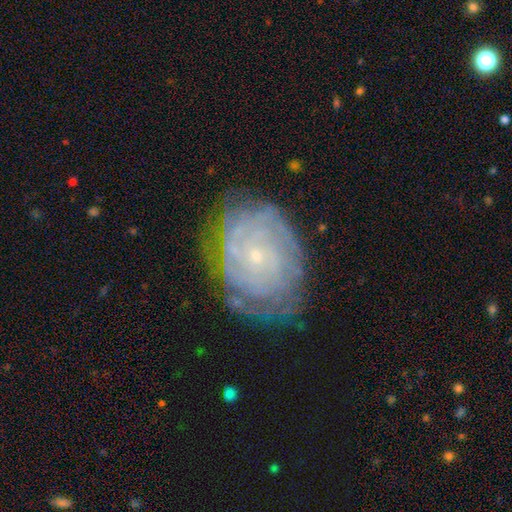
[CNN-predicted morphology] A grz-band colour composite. It shows a featured or disk galaxy (79%) with no bar (81%), tight (79%) spiral arms (88%) and a small central bulge (86%). Merging: none (70%).